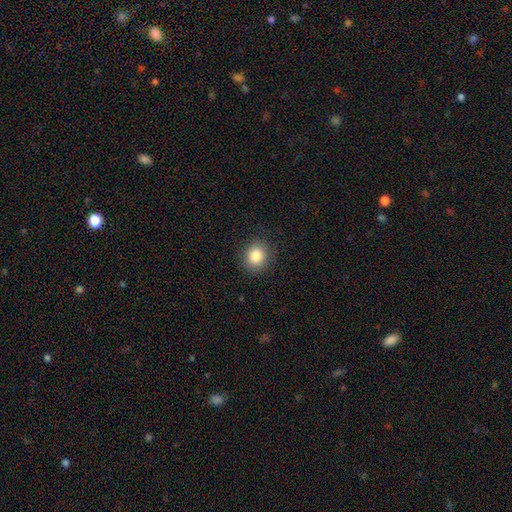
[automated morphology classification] smooth_or_featured: smooth (p=0.85) [alt: star or artifact p=0.09]
how_rounded: round (p=0.68) [alt: in between p=0.32]
merging: none (p=0.87) [alt: minor disturbance p=0.09]